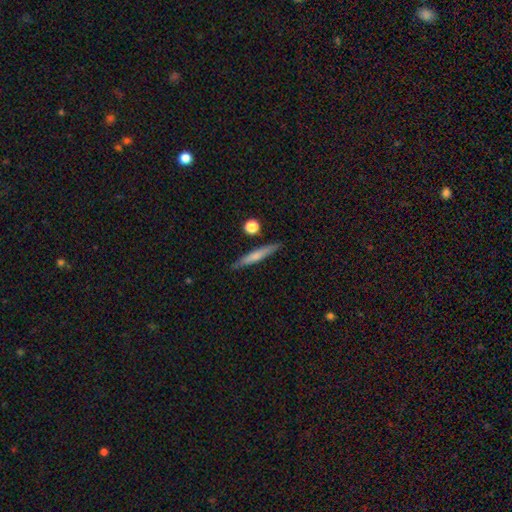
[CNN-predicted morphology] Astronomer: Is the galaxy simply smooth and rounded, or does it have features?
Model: smooth — 60%.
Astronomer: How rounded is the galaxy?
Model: cigar-shaped — 93%.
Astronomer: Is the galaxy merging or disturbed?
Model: none — 86%.